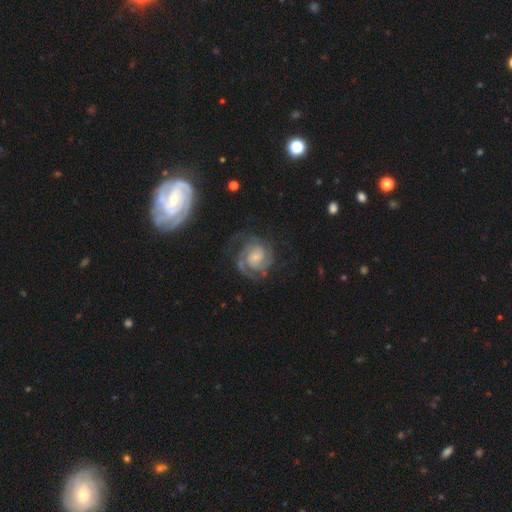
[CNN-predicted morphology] Overall: featured or disk (88%). Edge-on disk: no (98%). Bar: no (63%; weak 30%). Spiral arms: yes (97%). Spiral arm count: 2 (44%; 3 22%). Spiral winding: tight (62%; medium 31%). Bulge size: small (55%; moderate 26%). Merging: none (68%).